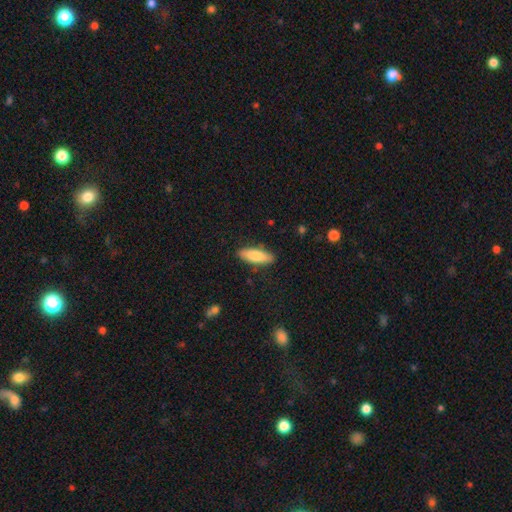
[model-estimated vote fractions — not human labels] Smooth or featured: smooth — 82% (featured or disk — 13%)
How rounded: in between — 55% (cigar-shaped — 43%)
Merging: none — 85% (minor disturbance — 12%)